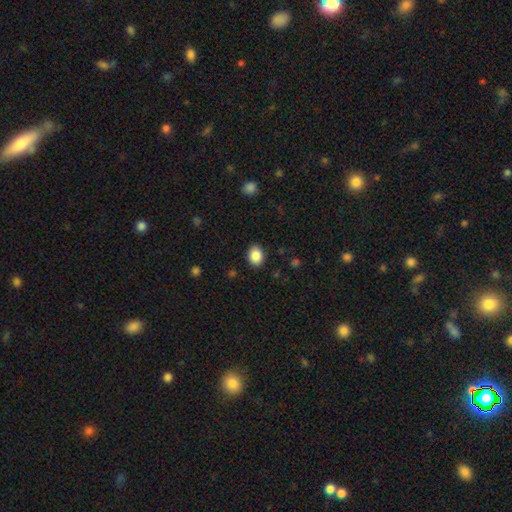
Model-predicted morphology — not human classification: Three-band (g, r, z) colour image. It shows a smooth galaxy with no disk features (87%) that is in between round and cigar-shaped (57%). Merging: none (88%).